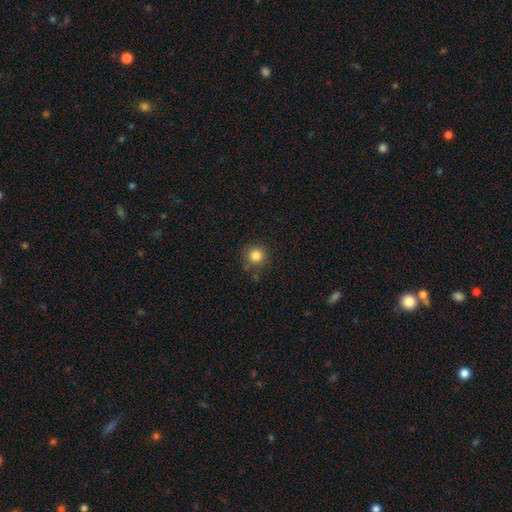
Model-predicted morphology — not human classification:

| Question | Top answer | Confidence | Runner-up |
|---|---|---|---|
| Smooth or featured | smooth | 84% | star or artifact (11%) |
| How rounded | round | 94% | in between (5%) |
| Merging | none | 84% | minor disturbance (10%) |